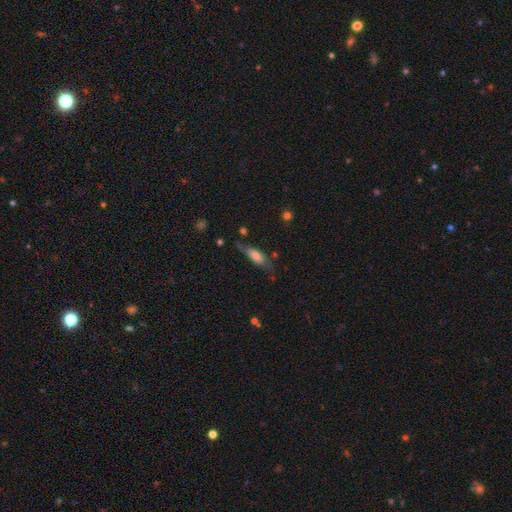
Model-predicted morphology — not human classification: Smooth or featured?
  - smooth: 58% *
  - featured or disk: 34%
  - star or artifact: 8%
How rounded?
  - in between: 71% *
  - cigar-shaped: 26%
  - round: 3%
Merging?
  - none: 53% *
  - minor disturbance: 28%
  - major disturbance: 15%
  - merger: 4%